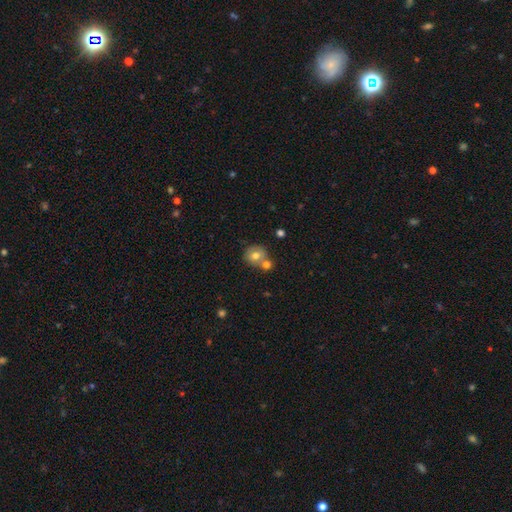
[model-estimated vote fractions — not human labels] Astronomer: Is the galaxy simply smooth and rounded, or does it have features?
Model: smooth — 72%.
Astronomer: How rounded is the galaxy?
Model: round — 80%.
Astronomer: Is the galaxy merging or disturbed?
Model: none — 47% (runner-up: merger, 40%).